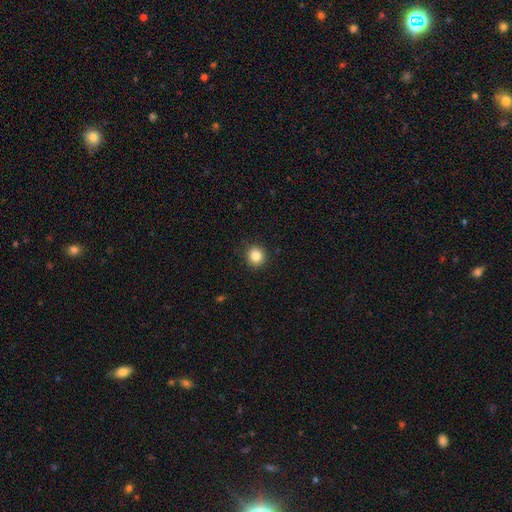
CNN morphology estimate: Overall: smooth (85%). How rounded: round (91%). Merging: none (91%).